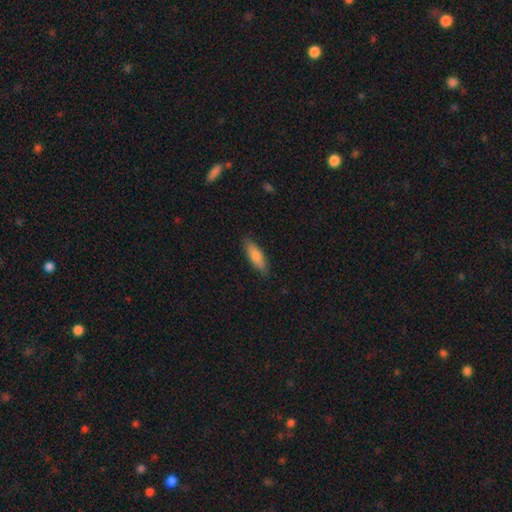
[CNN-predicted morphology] This is likely a smooth galaxy (78%). How rounded: possibly cigar-shaped (50%). Merging: clearly none (87%).